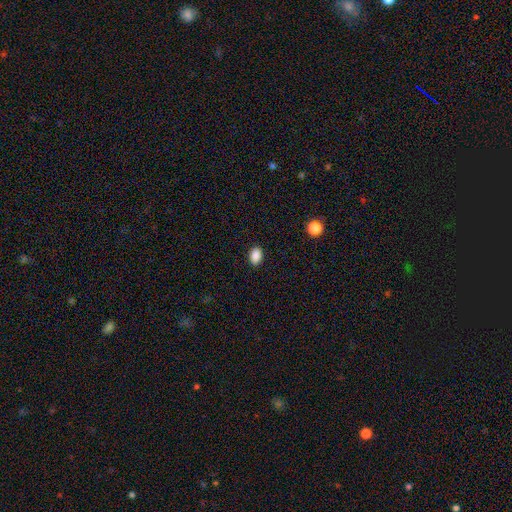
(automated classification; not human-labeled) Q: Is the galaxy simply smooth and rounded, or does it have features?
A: smooth — 89%.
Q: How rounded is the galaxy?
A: in between — 82%.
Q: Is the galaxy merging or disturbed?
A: none — 90%.